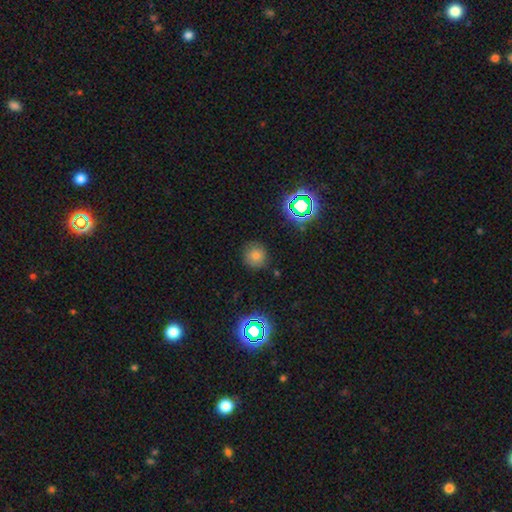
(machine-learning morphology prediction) smooth-or-featured: smooth: 72% | star or artifact: 19% | featured or disk: 9%
  how-rounded: round: 92% | in between: 7% | cigar-shaped: 1%
  merging: none: 83% | minor disturbance: 11% | major disturbance: 3% | merger: 2%